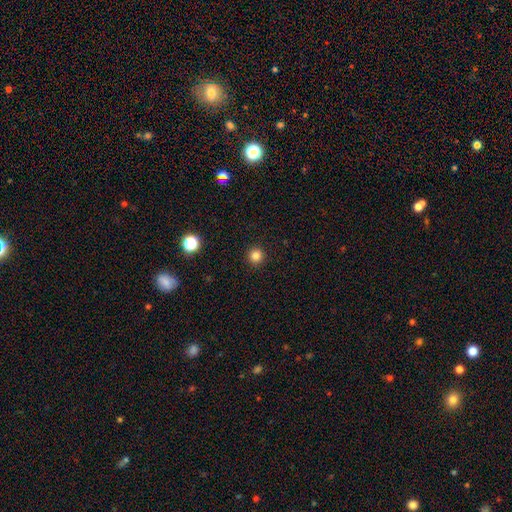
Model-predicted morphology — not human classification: Smooth or featured? Predicted: smooth (p=0.83). How rounded? Predicted: round (p=0.96). Merging? Predicted: none (p=0.93).